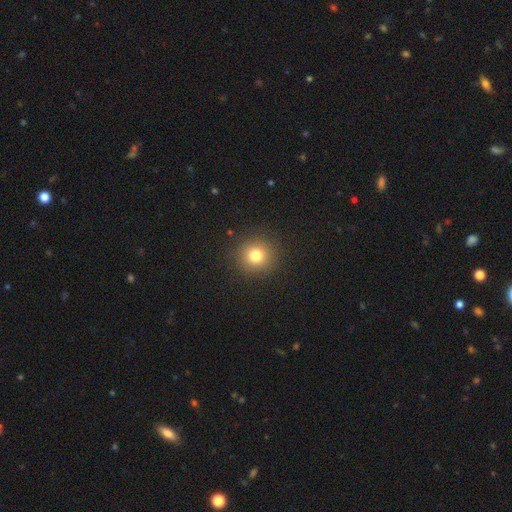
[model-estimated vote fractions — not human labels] smooth-or-featured: smooth: 78% | star or artifact: 14% | featured or disk: 8%
  how-rounded: round: 92% | in between: 7% | cigar-shaped: 1%
  merging: none: 90% | minor disturbance: 6% | major disturbance: 3% | merger: 1%